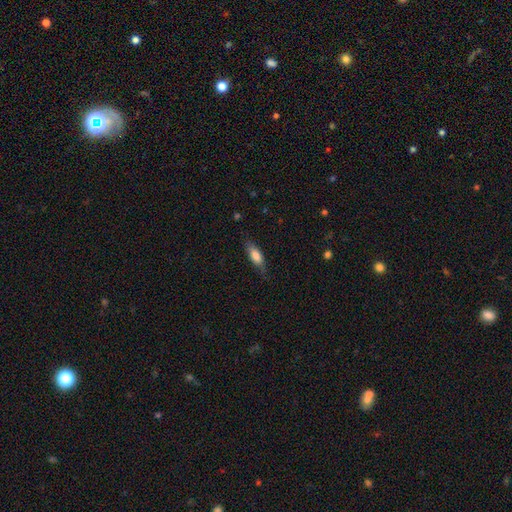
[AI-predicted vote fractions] smooth-or-featured: smooth: 75% | featured or disk: 18% | star or artifact: 6%
  how-rounded: in between: 61% | cigar-shaped: 37% | round: 2%
  merging: none: 74% | minor disturbance: 20% | major disturbance: 5% | merger: 1%